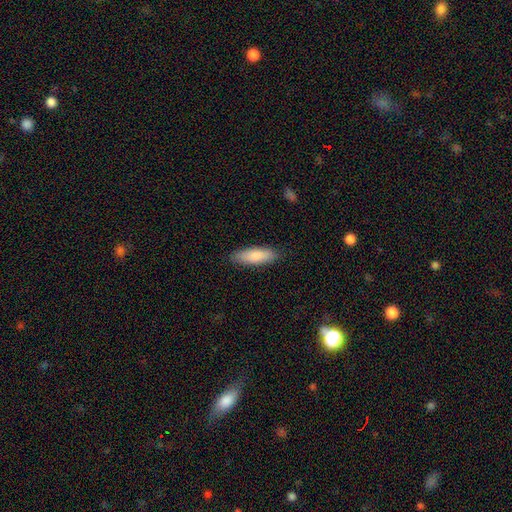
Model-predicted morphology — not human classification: A smooth galaxy with no disk features (85%) that is in between round and cigar-shaped (55%). Merging: none (86%).